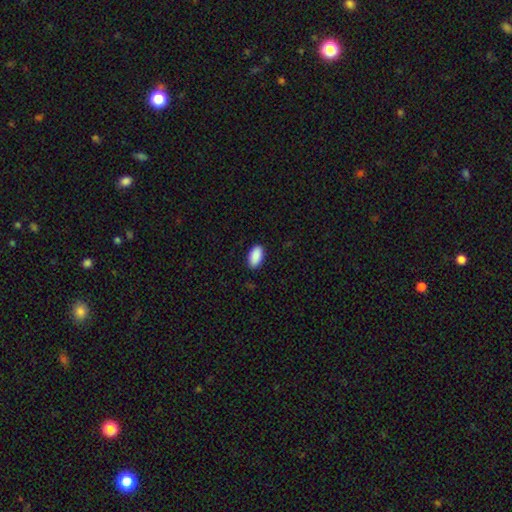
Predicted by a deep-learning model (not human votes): Morphology: type=smooth (91%); roundness=in between (95%); merging=none (89%).